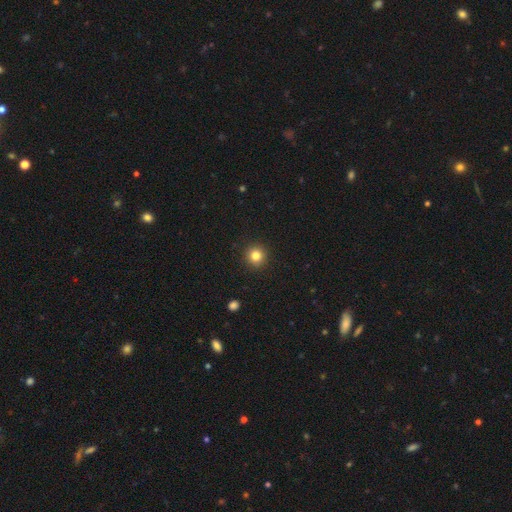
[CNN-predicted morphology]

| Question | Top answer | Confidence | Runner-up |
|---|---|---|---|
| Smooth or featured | smooth | 82% | star or artifact (12%) |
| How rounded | round | 94% | in between (5%) |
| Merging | none | 93% | minor disturbance (5%) |